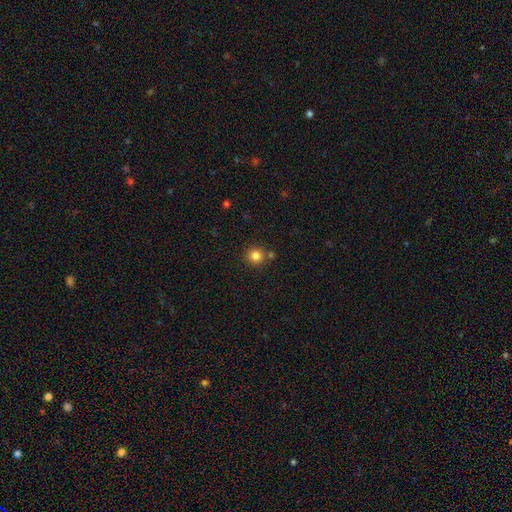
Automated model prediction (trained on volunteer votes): smooth_or_featured: smooth (p=0.83) [alt: star or artifact p=0.12]
how_rounded: round (p=0.93) [alt: in between p=0.06]
merging: none (p=0.79) [alt: merger p=0.11]